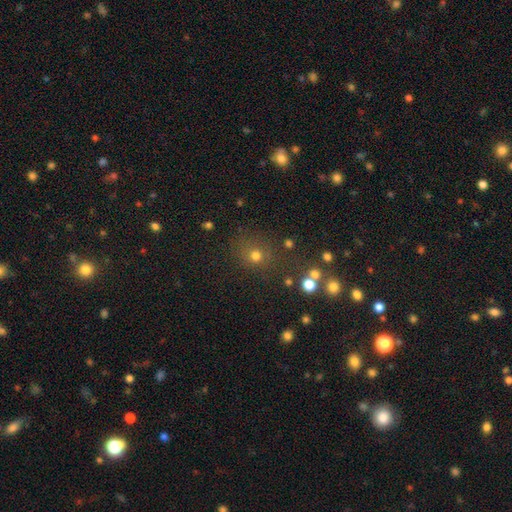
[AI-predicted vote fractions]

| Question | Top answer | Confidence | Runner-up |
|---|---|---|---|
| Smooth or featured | smooth | 72% | star or artifact (21%) |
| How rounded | round | 87% | in between (12%) |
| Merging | none | 78% | minor disturbance (11%) |